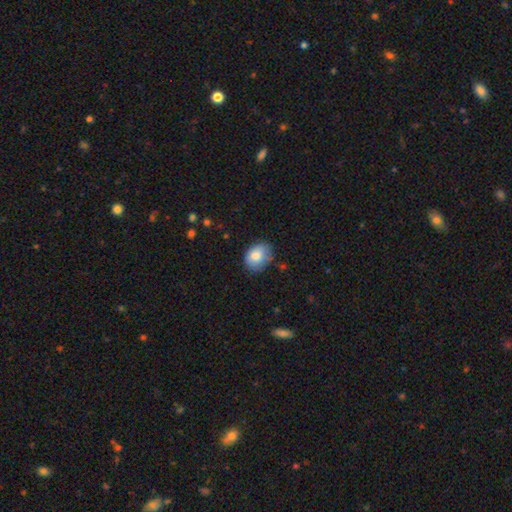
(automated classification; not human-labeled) The model was most divided on "how rounded": in between: 69%, round: 30%, cigar-shaped: 1%. More confident: smooth or featured — smooth (82%); merging — none (69%).